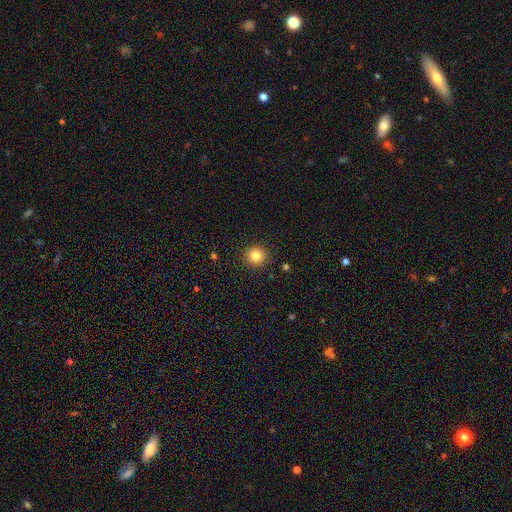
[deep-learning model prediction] Smooth or featured?
  - smooth: 83% *
  - star or artifact: 11%
  - featured or disk: 6%
How rounded?
  - round: 93% *
  - in between: 6%
  - cigar-shaped: 1%
Merging?
  - none: 91% *
  - minor disturbance: 6%
  - major disturbance: 2%
  - merger: 1%